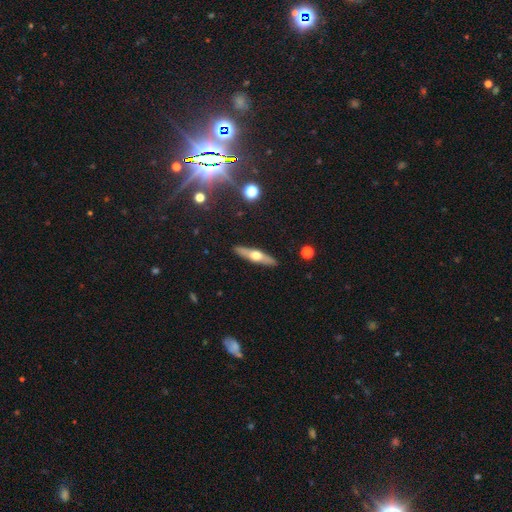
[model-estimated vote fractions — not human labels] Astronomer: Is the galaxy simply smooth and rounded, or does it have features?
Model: featured or disk — 56% (runner-up: smooth, 39%).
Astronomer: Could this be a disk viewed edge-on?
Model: yes — 90%.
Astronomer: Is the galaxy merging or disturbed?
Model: none — 90%.